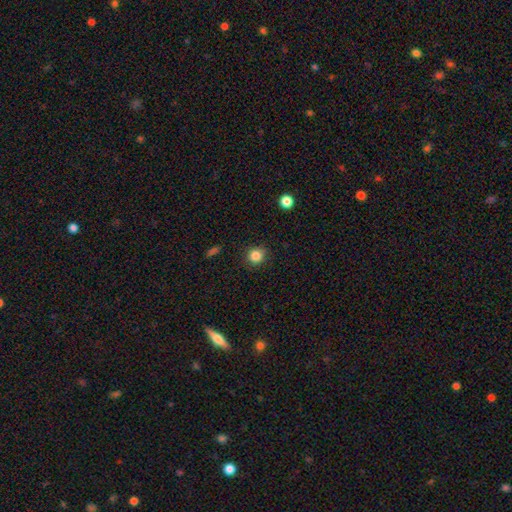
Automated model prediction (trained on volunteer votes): This is clearly a smooth galaxy (84%). How rounded: clearly round (88%). Merging: clearly none (87%).